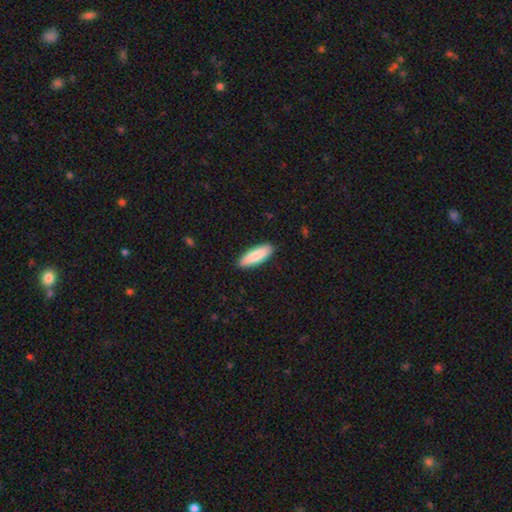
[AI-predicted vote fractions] Smooth or featured: smooth — 85% (featured or disk — 10%)
How rounded: in between — 54% (cigar-shaped — 44%)
Merging: none — 90% (minor disturbance — 7%)